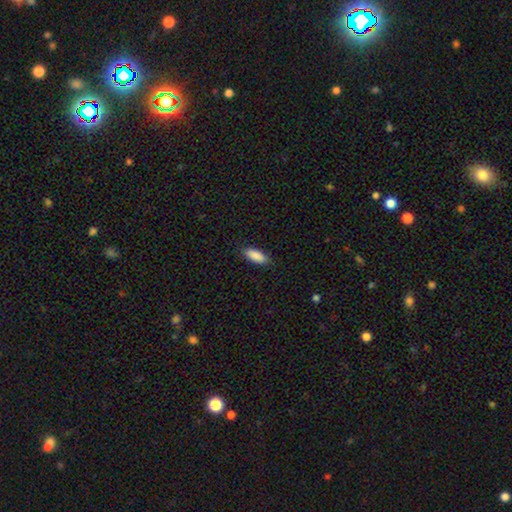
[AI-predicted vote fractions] This is clearly a smooth galaxy (90%). How rounded: likely in between (77%). Merging: clearly none (86%).